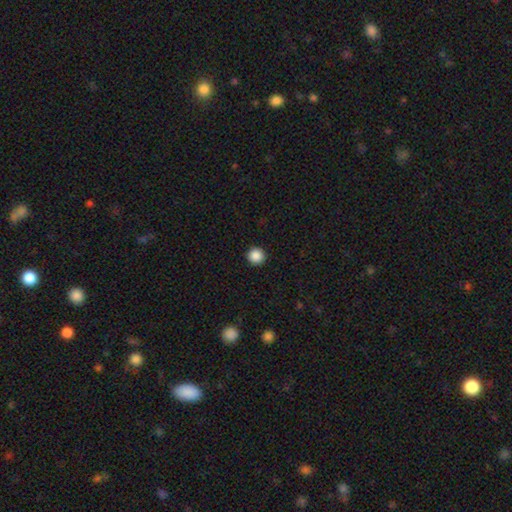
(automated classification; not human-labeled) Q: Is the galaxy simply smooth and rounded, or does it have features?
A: smooth — 88%.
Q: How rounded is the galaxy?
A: round — 96%.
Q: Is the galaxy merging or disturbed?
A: none — 93%.